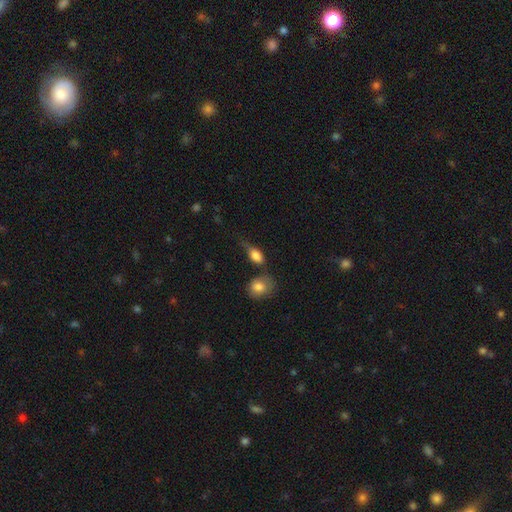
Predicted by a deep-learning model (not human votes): smooth 79%, featured or disk 13%, star or artifact 8%. Down the decision tree: how rounded — in between (78%); merging — none (40%).